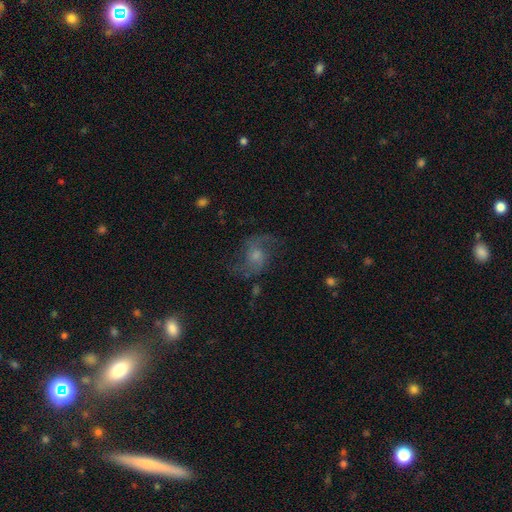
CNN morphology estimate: Q: Smooth or featured?
A: featured or disk (71%); runner-up: smooth (17%)
Q: Edge-on disk?
A: no (97%); runner-up: yes (3%)
Q: Bar?
A: no (63%); runner-up: weak (31%)
Q: Spiral arms?
A: yes (91%); runner-up: no (9%)
Q: Spiral winding?
A: loose (61%); runner-up: medium (33%)
Q: Spiral arm count?
A: 2 (89%); runner-up: can't tell (4%)
Q: Bulge size?
A: moderate (42%); runner-up: small (40%)
Q: Merging?
A: none (65%); runner-up: minor disturbance (18%)